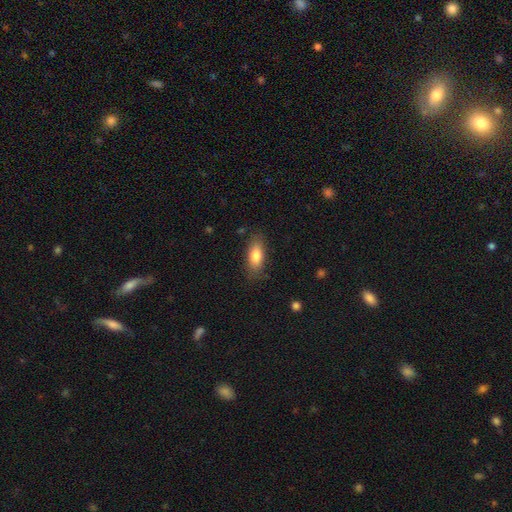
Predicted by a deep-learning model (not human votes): Smooth or featured? smooth (81%)
How rounded? in between (81%)
Merging? none (82%)